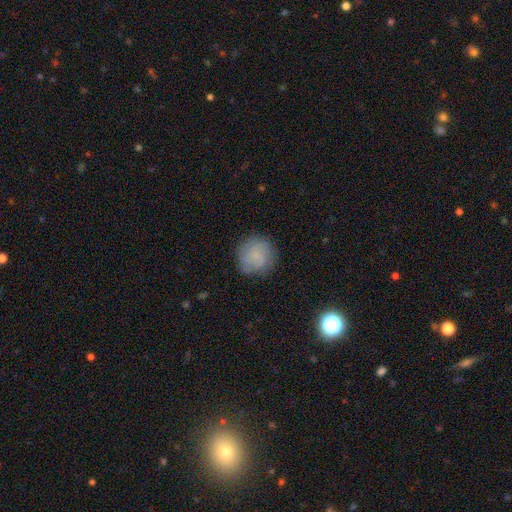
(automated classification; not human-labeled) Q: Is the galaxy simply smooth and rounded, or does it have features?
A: smooth — 74%.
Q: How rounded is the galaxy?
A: round — 91%.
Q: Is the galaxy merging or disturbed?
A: none — 80%.